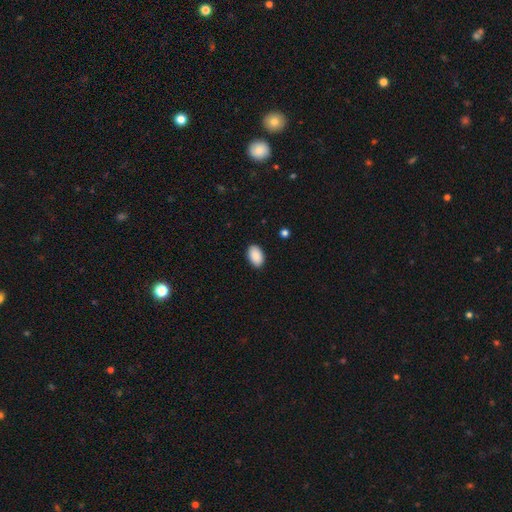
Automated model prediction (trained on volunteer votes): Q: Smooth or featured?
A: smooth (91%); runner-up: star or artifact (6%)
Q: How rounded?
A: in between (93%); runner-up: round (6%)
Q: Merging?
A: none (89%); runner-up: minor disturbance (8%)